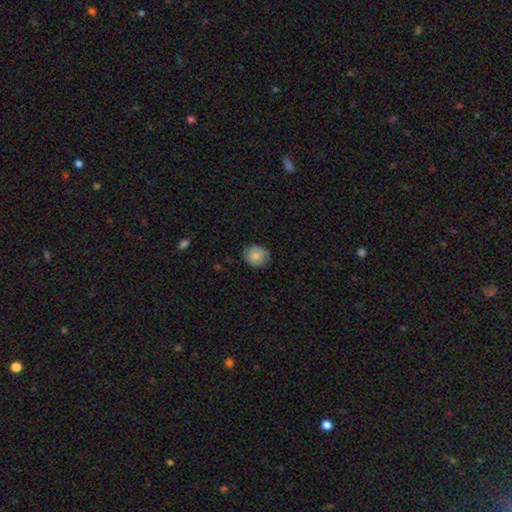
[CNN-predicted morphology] smooth_or_featured: smooth (p=0.80) [alt: featured or disk p=0.12]
how_rounded: round (p=0.79) [alt: in between p=0.20]
merging: none (p=0.84) [alt: minor disturbance p=0.13]